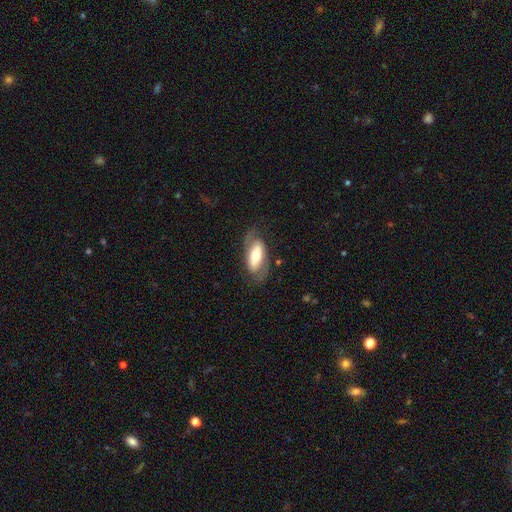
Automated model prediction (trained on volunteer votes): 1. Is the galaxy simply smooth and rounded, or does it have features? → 50% featured or disk, 45% smooth, 6% star or artifact.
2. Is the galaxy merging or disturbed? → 70% none, 19% minor disturbance, 10% major disturbance, 2% merger.